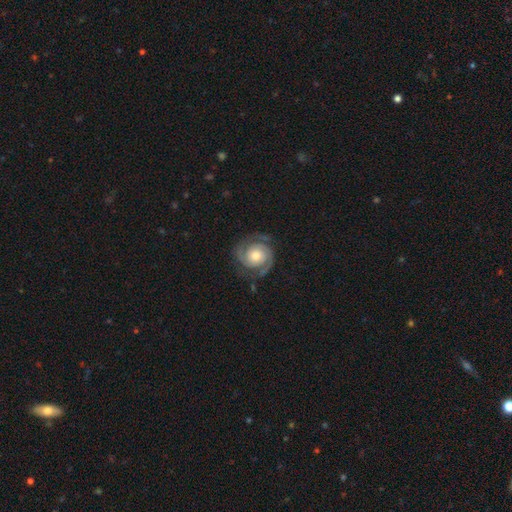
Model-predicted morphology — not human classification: smooth-or-featured: featured or disk: 88% | smooth: 7% | star or artifact: 5%
  disk-edge-on: no: 98% | yes: 2%
    bar: no: 77% | weak: 18% | strong: 5%
    has-spiral-arms: yes: 98% | no: 2%
      spiral-winding: tight: 61% | medium: 32% | loose: 7%
      spiral-arm-count: 2: 91% | can't tell: 3% | 3: 3% | 1: 1% | 4: 1% | more than 4: 1%
    bulge-size: moderate: 69% | small: 17% | large: 11% | none: 1% | dominant: 1%
  merging: none: 80% | minor disturbance: 14% | major disturbance: 5% | merger: 1%